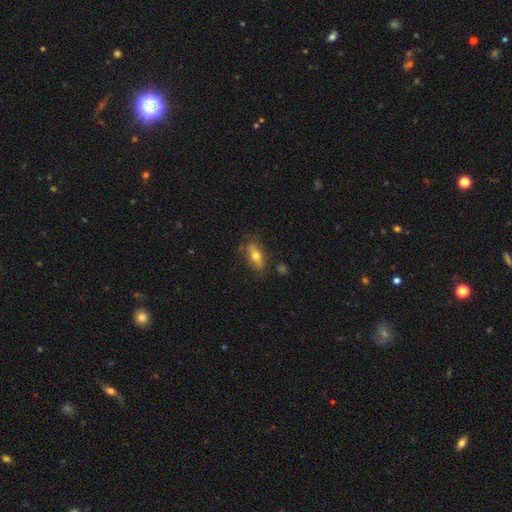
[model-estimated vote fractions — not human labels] This is likely a smooth galaxy (61%). How rounded: likely in between (76%). Merging: likely none (73%).